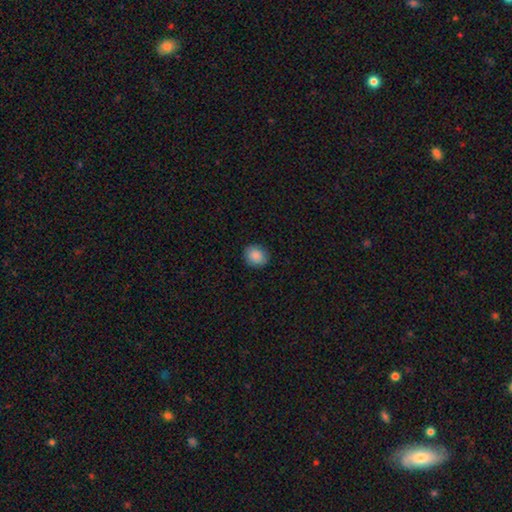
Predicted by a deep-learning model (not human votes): Q: Smooth or featured?
A: smooth (87%); runner-up: star or artifact (8%)
Q: How rounded?
A: round (70%); runner-up: in between (29%)
Q: Merging?
A: none (89%); runner-up: minor disturbance (8%)